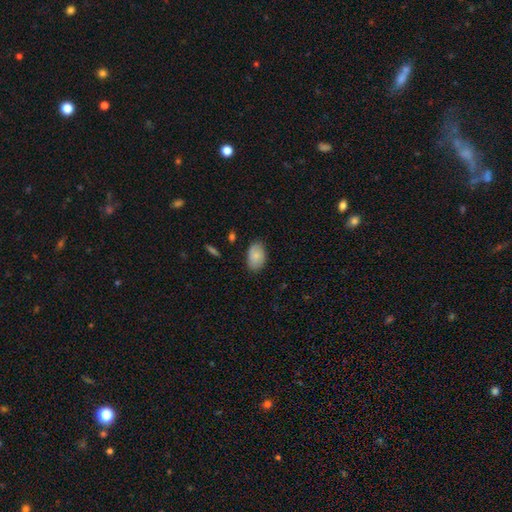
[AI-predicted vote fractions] Q: Smooth or featured?
A: smooth (82%); runner-up: featured or disk (11%)
Q: How rounded?
A: in between (90%); runner-up: round (9%)
Q: Merging?
A: none (81%); runner-up: minor disturbance (15%)